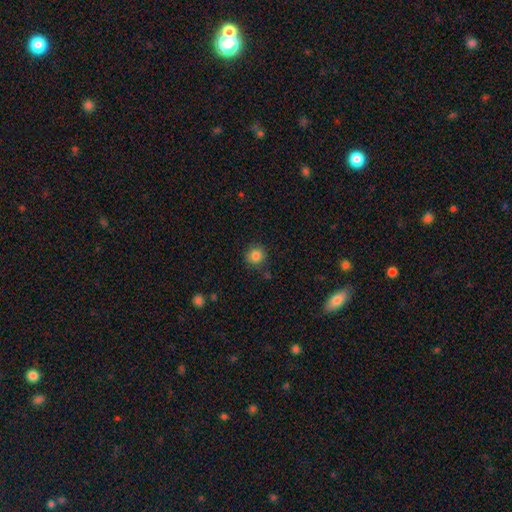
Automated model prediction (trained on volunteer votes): Smooth or featured? smooth (84%)
How rounded? round (91%)
Merging? none (86%)